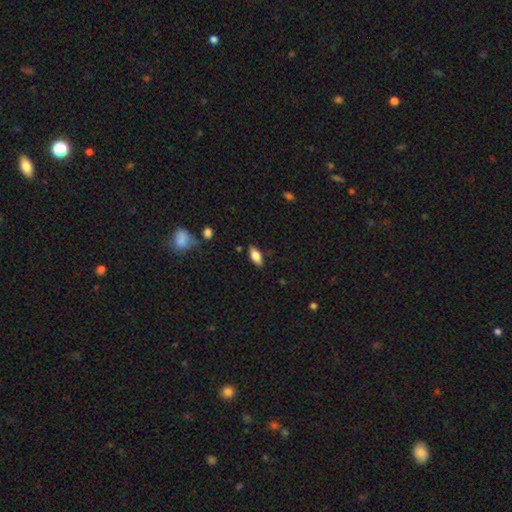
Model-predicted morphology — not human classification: Smooth or featured? smooth (76%)
How rounded? in between (86%)
Merging? none (84%)